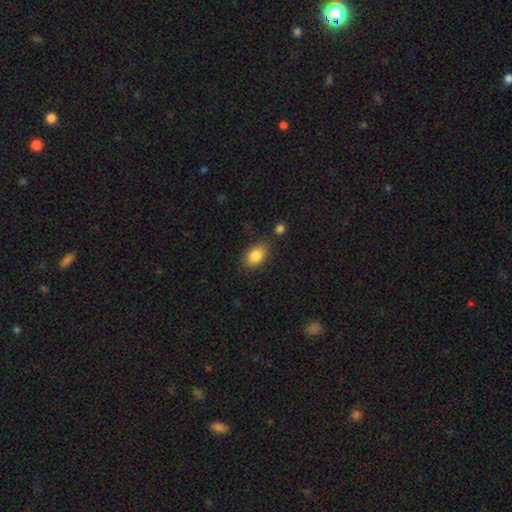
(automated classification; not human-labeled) smooth 84%, star or artifact 8%, featured or disk 8%. Down the decision tree: how rounded — in between (82%); merging — none (78%).